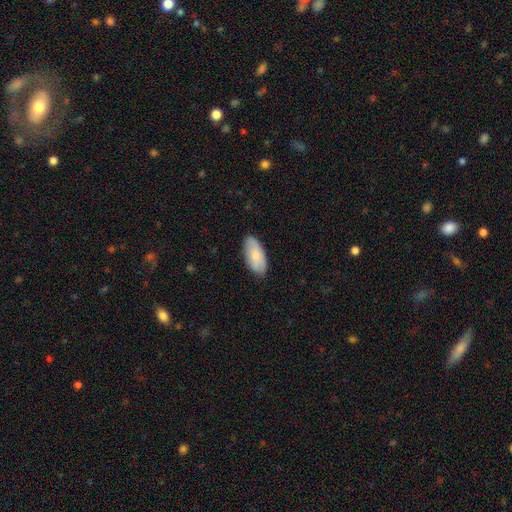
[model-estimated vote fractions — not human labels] Smooth or featured: smooth — 80% (featured or disk — 14%)
How rounded: in between — 92% (cigar-shaped — 7%)
Merging: none — 84% (minor disturbance — 12%)